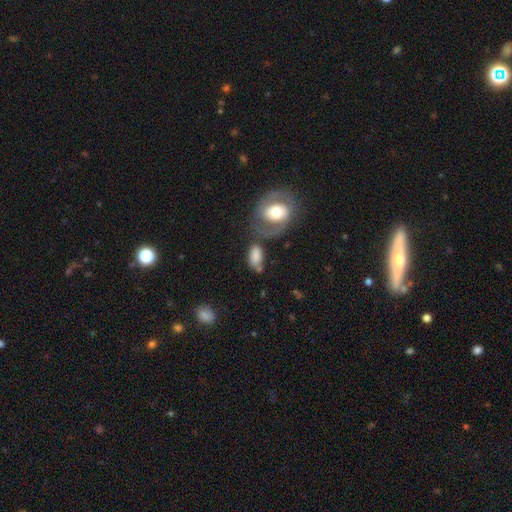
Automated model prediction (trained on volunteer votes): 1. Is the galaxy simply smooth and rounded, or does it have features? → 73% smooth, 19% featured or disk, 8% star or artifact.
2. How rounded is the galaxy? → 90% in between, 8% round, 2% cigar-shaped.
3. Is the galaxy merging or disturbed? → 39% none, 22% minor disturbance, 21% merger, 18% major disturbance.